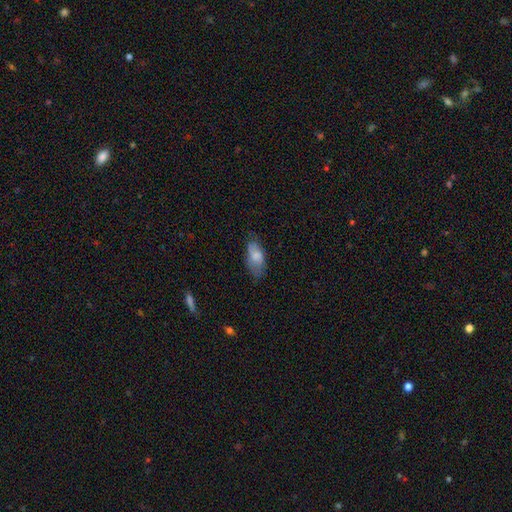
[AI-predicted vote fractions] Morphology: type=smooth (73%); roundness=in between (90%); merging=none (60%).